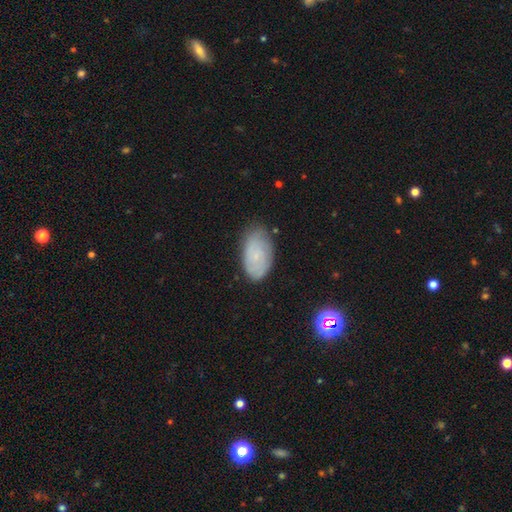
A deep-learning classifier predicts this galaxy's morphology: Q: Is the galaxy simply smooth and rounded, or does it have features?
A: smooth — 54%.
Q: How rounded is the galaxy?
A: in between — 93%.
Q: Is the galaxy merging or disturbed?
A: none — 70%.